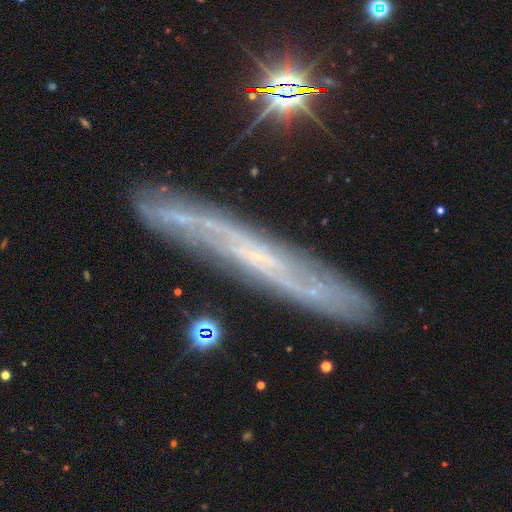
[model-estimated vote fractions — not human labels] The model was most divided on "edge-on disk": yes: 62%, no: 38%. More confident: merging — none (79%); smooth or featured — featured or disk (73%).